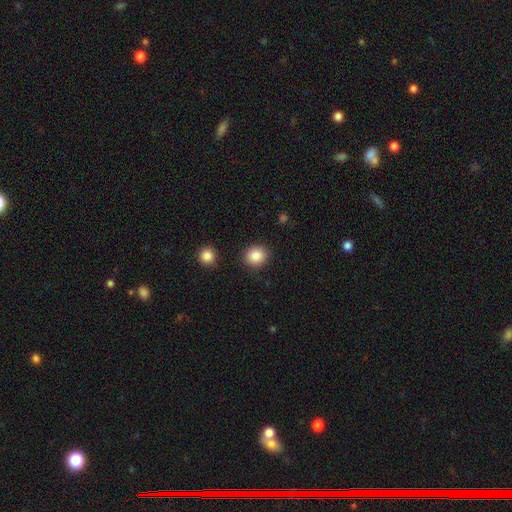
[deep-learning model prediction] smooth_or_featured: smooth (p=0.87) [alt: star or artifact p=0.09]
how_rounded: round (p=0.80) [alt: in between p=0.19]
merging: none (p=0.87) [alt: minor disturbance p=0.07]